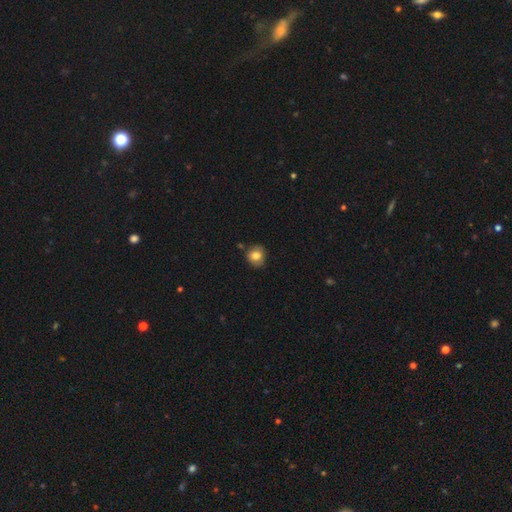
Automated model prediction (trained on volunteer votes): Smooth or featured? Predicted: smooth (p=0.80). How rounded? Predicted: round (p=0.78). Merging? Predicted: none (p=0.74).